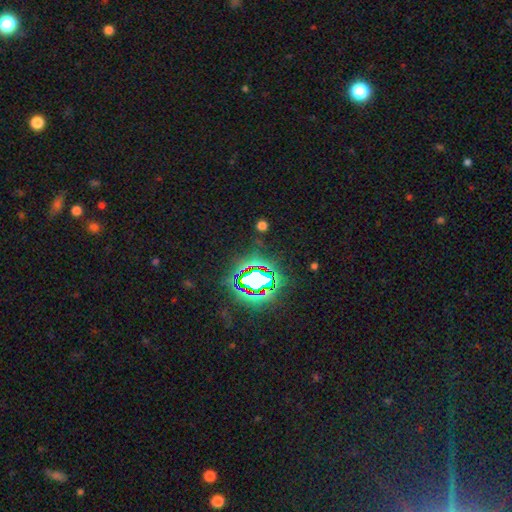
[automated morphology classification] smooth_or_featured: star or artifact (p=0.73) [alt: smooth p=0.18]